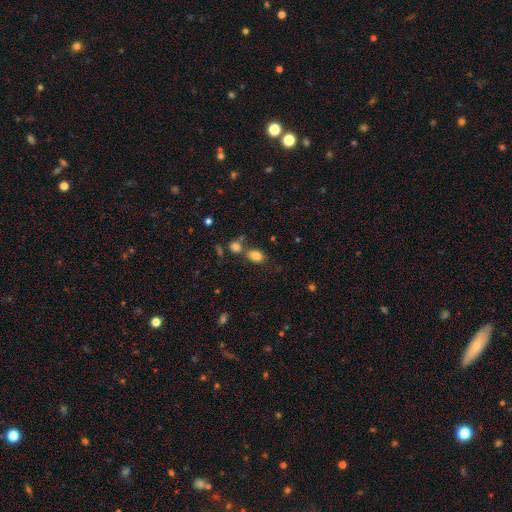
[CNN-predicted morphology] smooth 82%, star or artifact 11%, featured or disk 8%. Down the decision tree: how rounded — in between (70%); merging — none (61%).